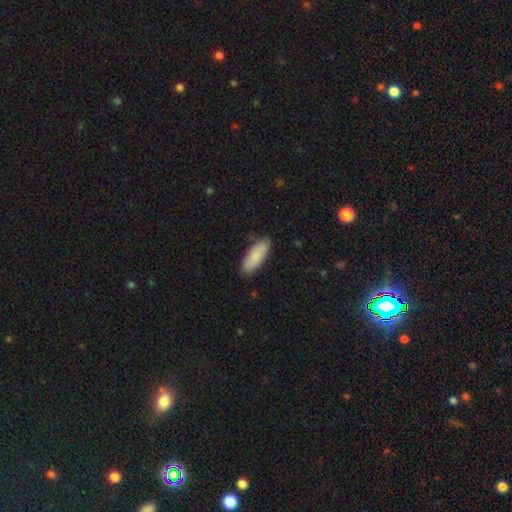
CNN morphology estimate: The model was most divided on "how rounded": in between: 73%, cigar-shaped: 26%, round: 2%. More confident: smooth or featured — smooth (87%); merging — none (87%).